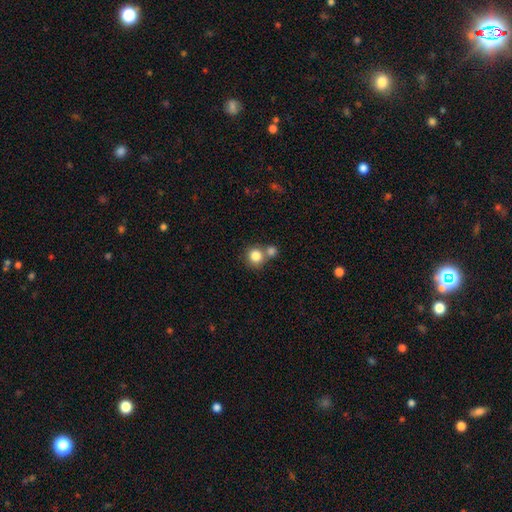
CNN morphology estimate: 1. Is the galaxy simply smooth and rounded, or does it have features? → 82% smooth, 10% star or artifact, 8% featured or disk.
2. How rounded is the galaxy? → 89% round, 10% in between, 1% cigar-shaped.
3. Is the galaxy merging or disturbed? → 54% none, 35% merger, 8% minor disturbance, 3% major disturbance.